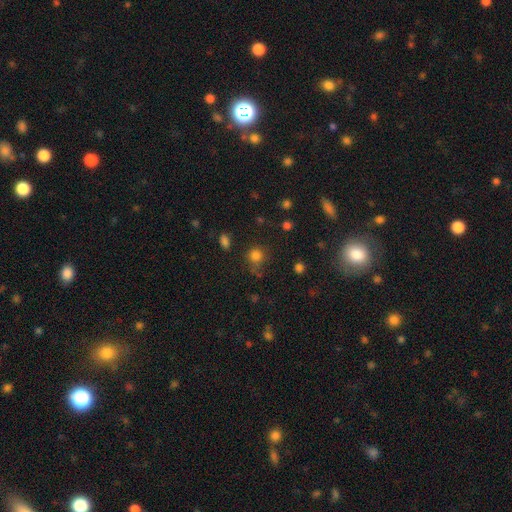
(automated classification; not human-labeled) Smooth or featured?
  - smooth: 79% *
  - star or artifact: 16%
  - featured or disk: 5%
How rounded?
  - round: 87% *
  - in between: 12%
  - cigar-shaped: 1%
Merging?
  - none: 70% *
  - minor disturbance: 17%
  - major disturbance: 8%
  - merger: 5%